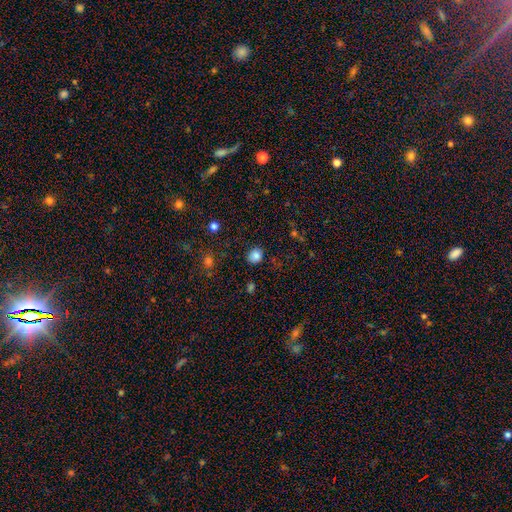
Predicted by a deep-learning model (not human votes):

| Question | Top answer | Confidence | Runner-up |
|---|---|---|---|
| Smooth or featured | smooth | 83% | star or artifact (11%) |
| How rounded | round | 68% | in between (31%) |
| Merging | none | 85% | minor disturbance (11%) |